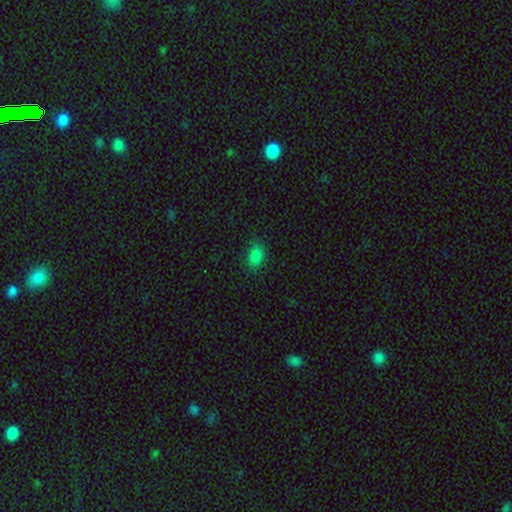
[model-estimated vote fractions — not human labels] Morphology: type=smooth (83%); roundness=in between (76%); merging=none (80%).